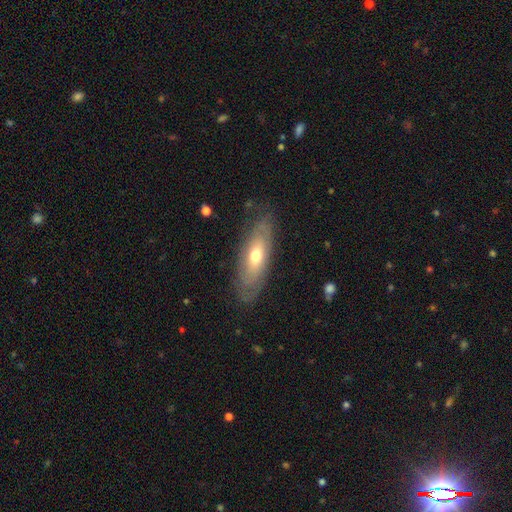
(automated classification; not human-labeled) This appears to be a featured or disk galaxy (49%). Merging: none (78%).